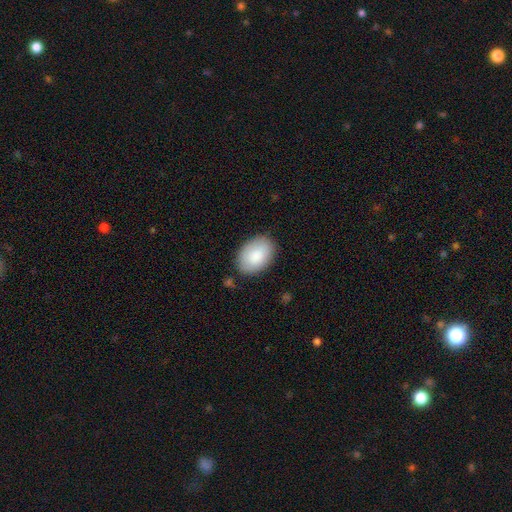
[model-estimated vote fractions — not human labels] Smooth or featured? Predicted: smooth (p=0.86). How rounded? Predicted: in between (p=0.86). Merging? Predicted: none (p=0.83).